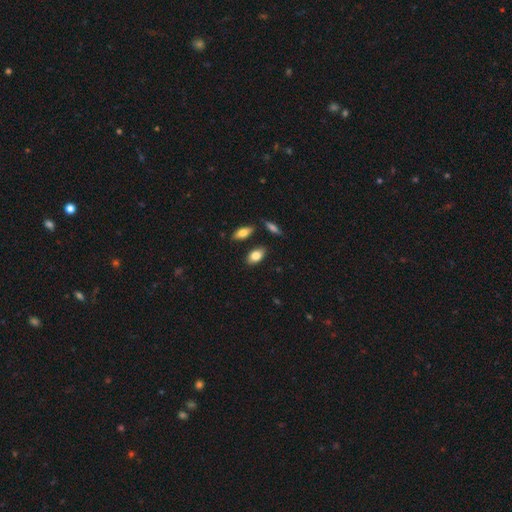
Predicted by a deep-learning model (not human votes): The model was most divided on "merging": none: 80%, minor disturbance: 12%, merger: 5%, major disturbance: 3%. More confident: how rounded — in between (90%); smooth or featured — smooth (82%).